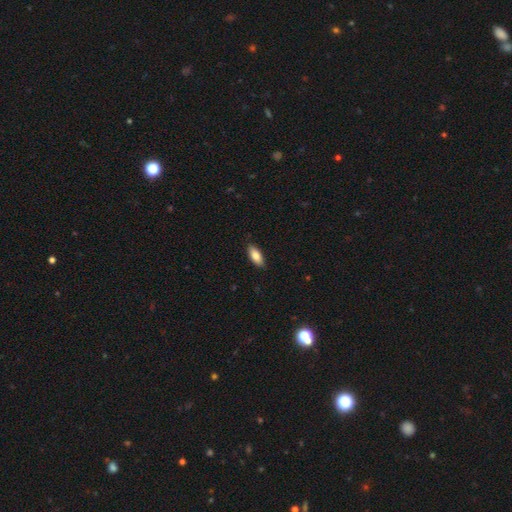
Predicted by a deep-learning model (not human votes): smooth_or_featured: smooth (p=0.82) [alt: featured or disk p=0.12]
how_rounded: in between (p=0.85) [alt: cigar-shaped p=0.13]
merging: none (p=0.88) [alt: minor disturbance p=0.10]